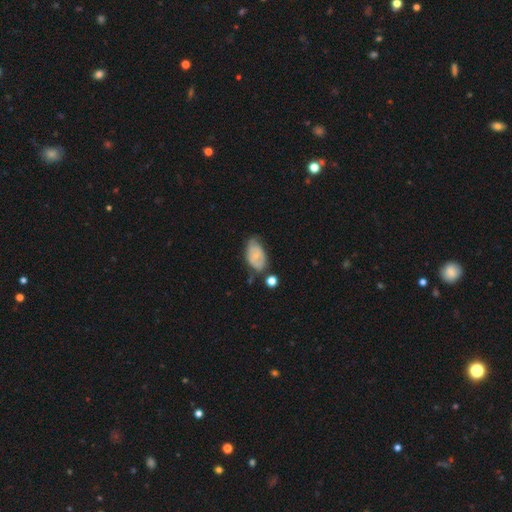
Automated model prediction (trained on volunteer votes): This appears to be a featured or disk galaxy (47%, tied with smooth). Merging: none (42%).